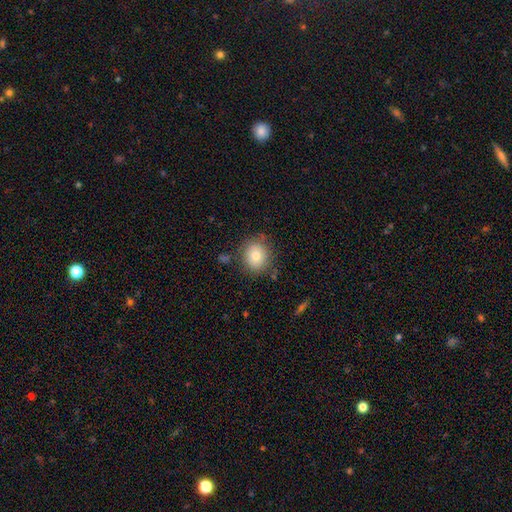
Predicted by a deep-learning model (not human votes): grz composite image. It shows a smooth galaxy with no disk features (78%) that is round (80%). Merging: none (82%).